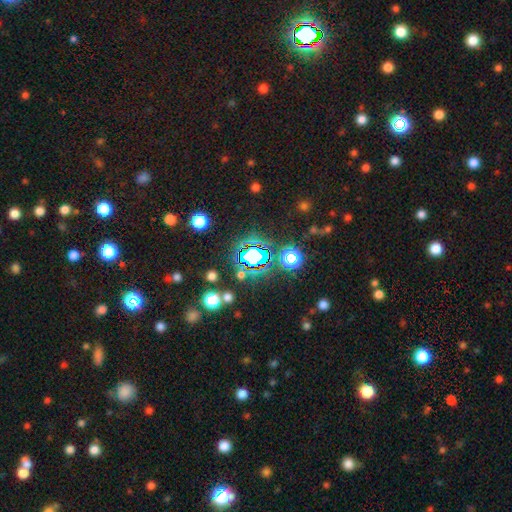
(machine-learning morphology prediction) Smooth or featured? Predicted: star or artifact (p=0.76).